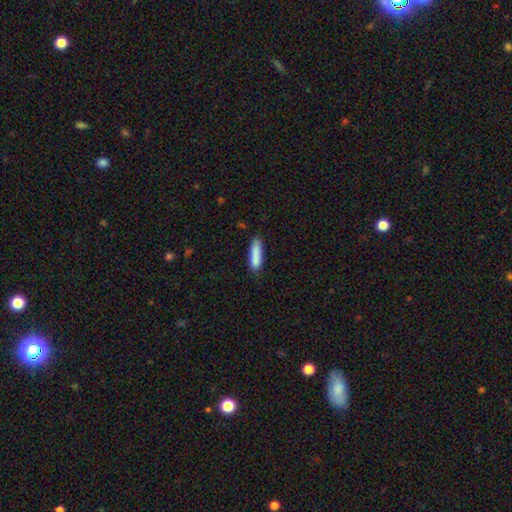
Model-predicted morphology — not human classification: Smooth or featured: smooth — 87% (featured or disk — 7%)
How rounded: cigar-shaped — 67% (in between — 31%)
Merging: none — 75% (minor disturbance — 19%)